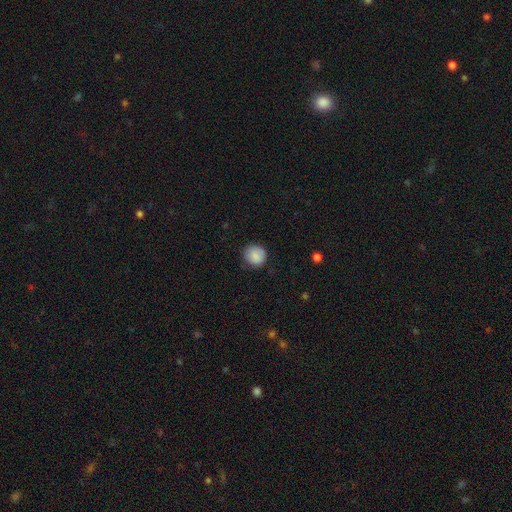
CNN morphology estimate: Overall: smooth (85%). How rounded: round (89%). Merging: none (80%).